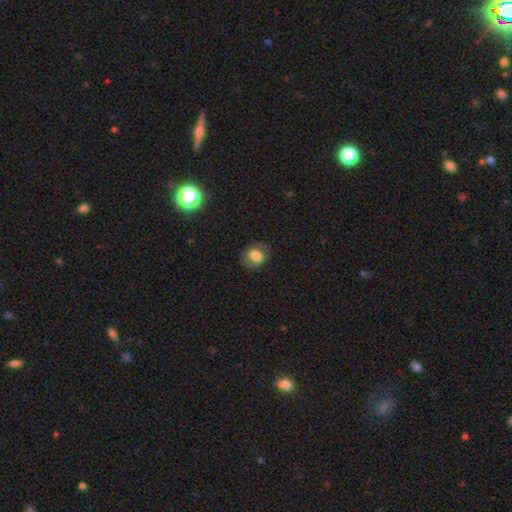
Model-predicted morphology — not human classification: smooth-or-featured: smooth: 77% | featured or disk: 13% | star or artifact: 10%
  how-rounded: round: 64% | in between: 35% | cigar-shaped: 1%
  merging: none: 80% | minor disturbance: 14% | major disturbance: 4% | merger: 1%